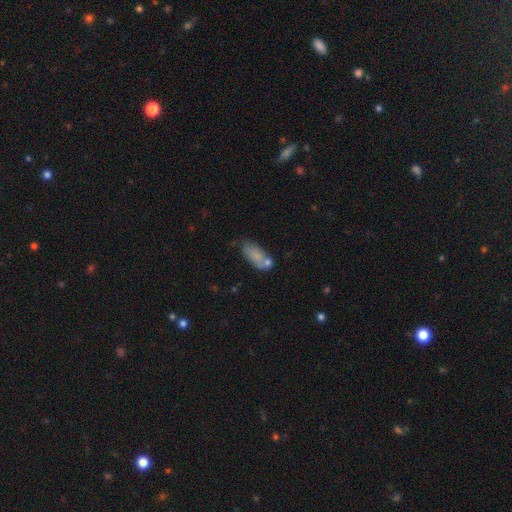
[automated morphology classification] A smooth galaxy with no disk features (76%) that is in between round and cigar-shaped (87%).

Vote fractions:
- Smooth or featured? smooth: 76% / featured or disk: 17% / star or artifact: 7%
- How rounded? in between: 87% / cigar-shaped: 11% / round: 3%
- Merging? none: 48% / minor disturbance: 24% / merger: 19% / major disturbance: 9%